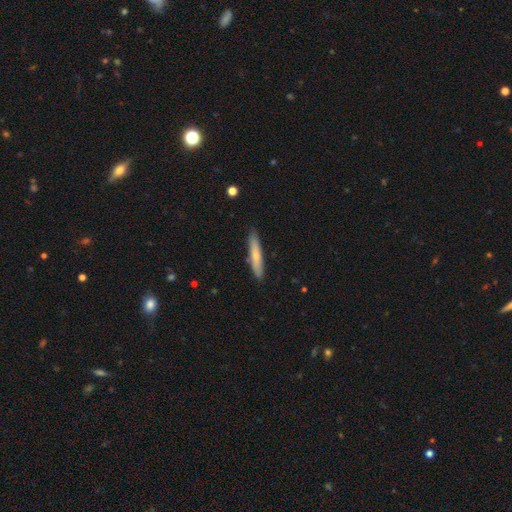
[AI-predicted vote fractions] Smooth or featured?
  - smooth: 65% *
  - featured or disk: 29%
  - star or artifact: 6%
How rounded?
  - cigar-shaped: 89% *
  - in between: 10%
  - round: 1%
Merging?
  - none: 85% *
  - minor disturbance: 11%
  - merger: 2%
  - major disturbance: 2%